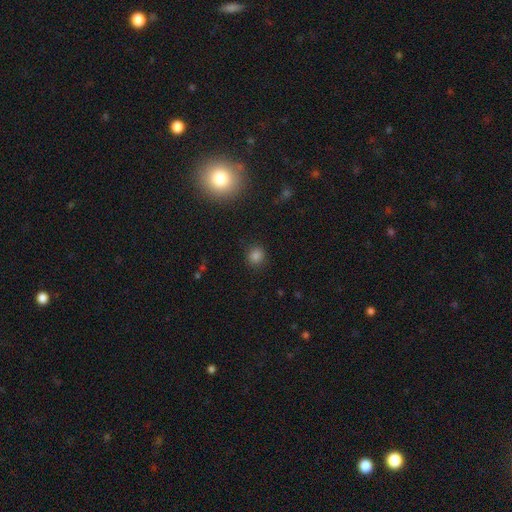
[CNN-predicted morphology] smooth 80%, star or artifact 16%, featured or disk 4%. Down the decision tree: how rounded — round (86%); merging — none (87%).